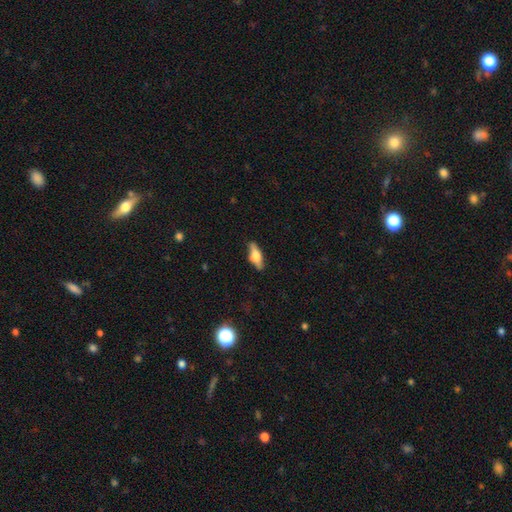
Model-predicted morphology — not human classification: Smooth or featured? smooth (49%)
Merging? none (83%)